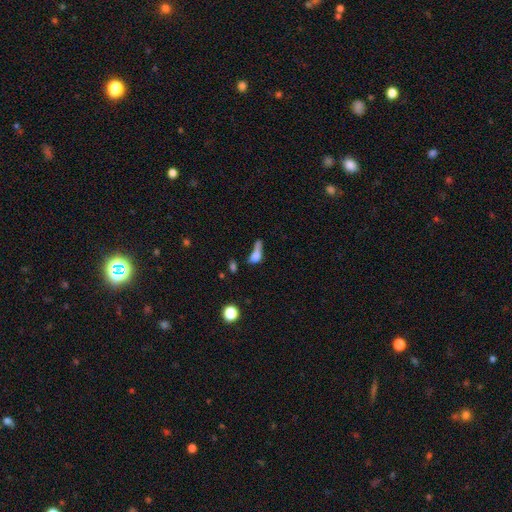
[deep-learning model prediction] smooth_or_featured: smooth (p=0.60) [alt: featured or disk p=0.25]
how_rounded: in between (p=0.55) [alt: cigar-shaped p=0.27]
merging: major disturbance (p=0.34) [alt: merger p=0.24]